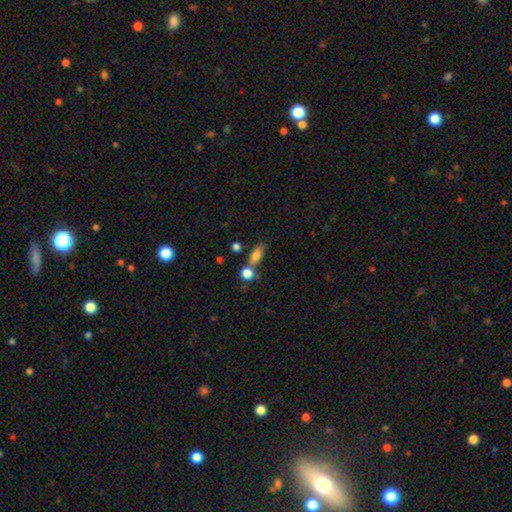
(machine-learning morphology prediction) A smooth galaxy with no disk features (79%) that is in between round and cigar-shaped (71%).

Vote fractions:
- Smooth or featured? smooth: 79% / featured or disk: 11% / star or artifact: 10%
- How rounded? in between: 71% / cigar-shaped: 16% / round: 14%
- Merging? none: 54% / merger: 26% / minor disturbance: 14% / major disturbance: 6%